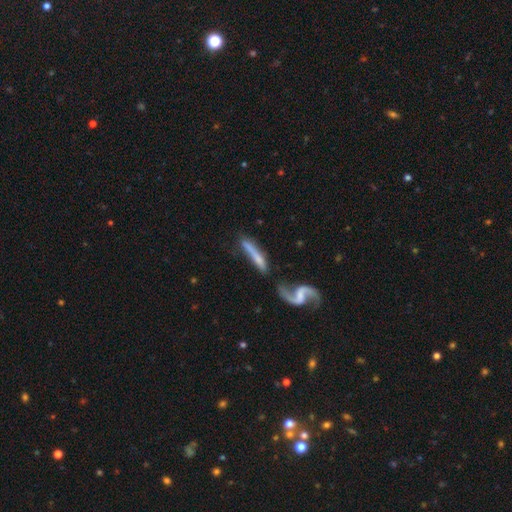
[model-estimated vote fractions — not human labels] Smooth or featured: featured or disk — 55% (smooth — 37%)
Edge-on disk: no — 52% (yes — 48%)
Merging: none — 48% (merger — 21%)